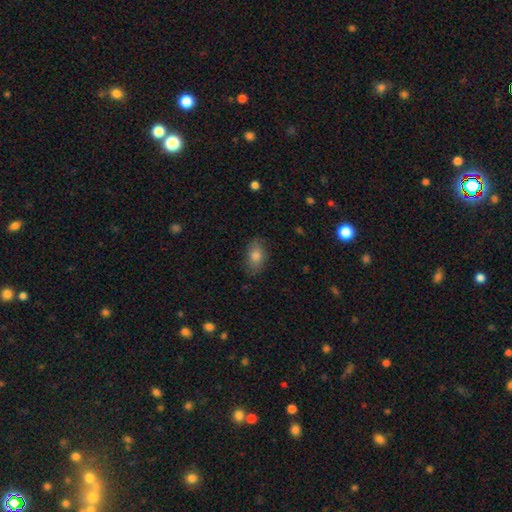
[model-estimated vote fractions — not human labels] smooth_or_featured: smooth (p=0.79) [alt: featured or disk p=0.12]
how_rounded: in between (p=0.87) [alt: round p=0.10]
merging: none (p=0.82) [alt: minor disturbance p=0.13]